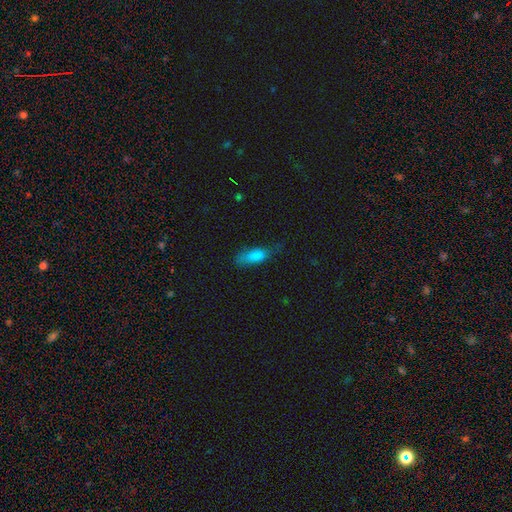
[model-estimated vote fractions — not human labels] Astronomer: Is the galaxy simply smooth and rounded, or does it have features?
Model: smooth — 81%.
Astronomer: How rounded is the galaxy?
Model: in between — 71%.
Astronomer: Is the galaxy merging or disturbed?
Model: none — 52% (runner-up: minor disturbance, 33%).